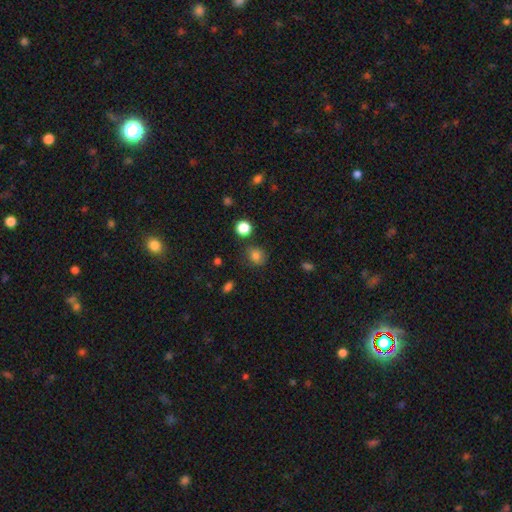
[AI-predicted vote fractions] A smooth galaxy with no disk features (81%) that is round (77%). Merging: none (80%).